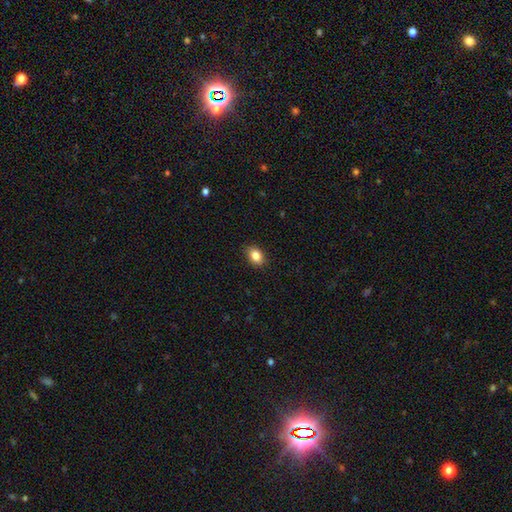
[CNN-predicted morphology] The model was most divided on "how rounded": in between: 77%, round: 22%, cigar-shaped: 1%. More confident: merging — none (88%); smooth or featured — smooth (86%).